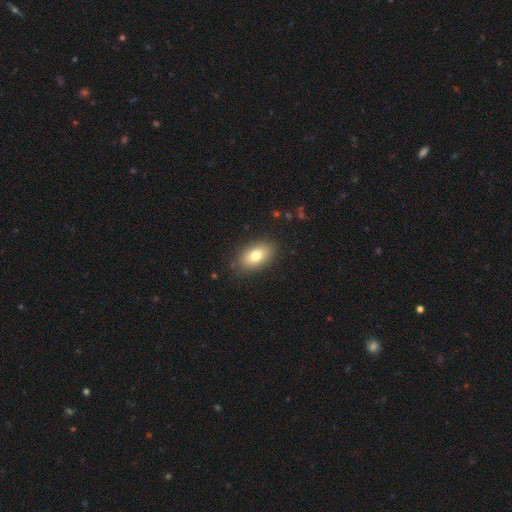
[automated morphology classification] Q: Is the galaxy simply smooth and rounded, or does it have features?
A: smooth — 77%.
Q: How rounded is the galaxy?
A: in between — 90%.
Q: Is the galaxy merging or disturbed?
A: none — 85%.